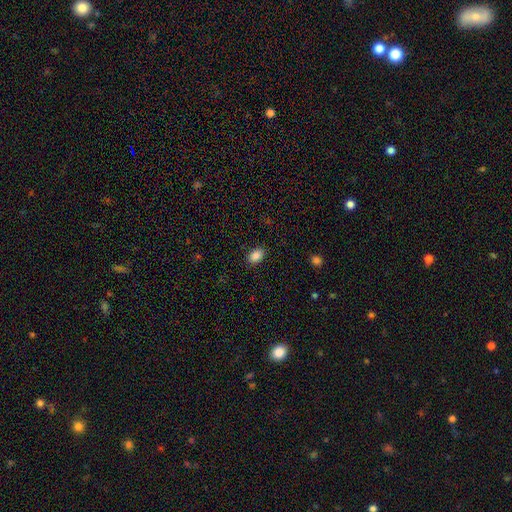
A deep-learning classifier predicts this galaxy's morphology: The model was most divided on "how rounded": in between: 85%, round: 14%, cigar-shaped: 1%. More confident: merging — none (88%); smooth or featured — smooth (87%).